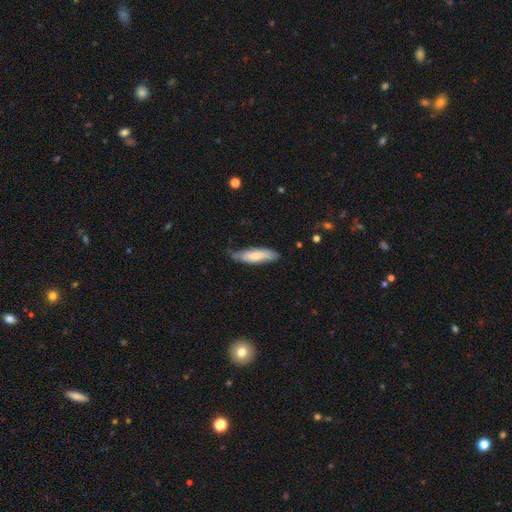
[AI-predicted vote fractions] smooth_or_featured: smooth (p=0.69) [alt: featured or disk p=0.26]
how_rounded: cigar-shaped (p=0.53) [alt: in between p=0.45]
merging: none (p=0.65) [alt: minor disturbance p=0.28]